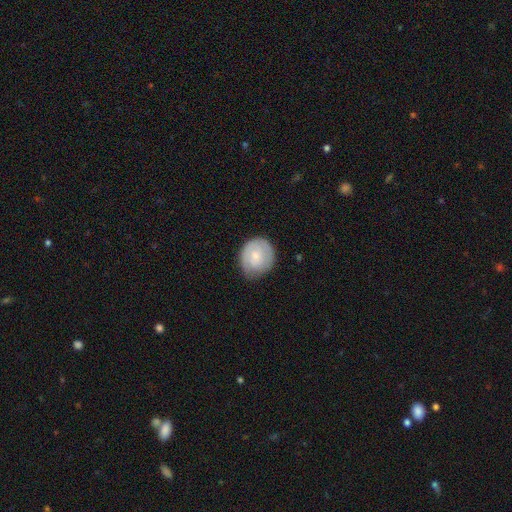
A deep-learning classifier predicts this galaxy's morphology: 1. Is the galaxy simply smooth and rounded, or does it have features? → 55% smooth, 39% featured or disk, 6% star or artifact.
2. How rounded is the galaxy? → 73% round, 26% in between, 1% cigar-shaped.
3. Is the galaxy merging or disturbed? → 69% none, 24% minor disturbance, 6% major disturbance, 1% merger.